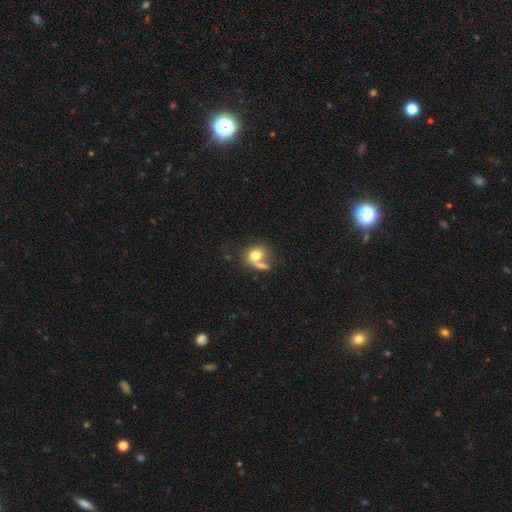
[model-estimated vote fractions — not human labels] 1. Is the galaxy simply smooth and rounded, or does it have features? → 74% smooth, 16% featured or disk, 9% star or artifact.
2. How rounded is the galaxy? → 54% in between, 44% round, 2% cigar-shaped.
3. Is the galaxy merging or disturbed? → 41% merger, 35% none, 13% minor disturbance, 10% major disturbance.